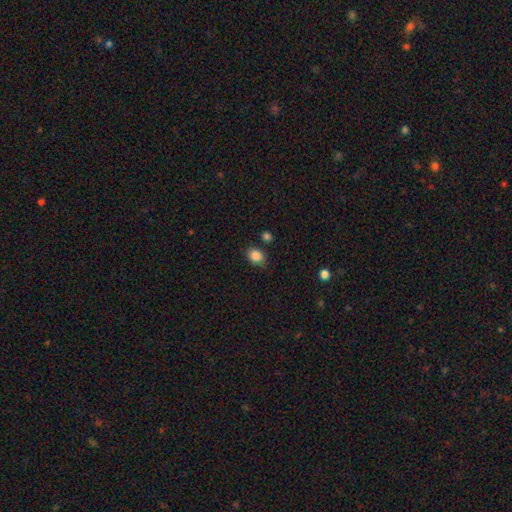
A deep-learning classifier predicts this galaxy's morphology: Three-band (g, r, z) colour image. It shows a smooth galaxy with no disk features (86%) that is in between round and cigar-shaped (53%). Merging: none (78%).